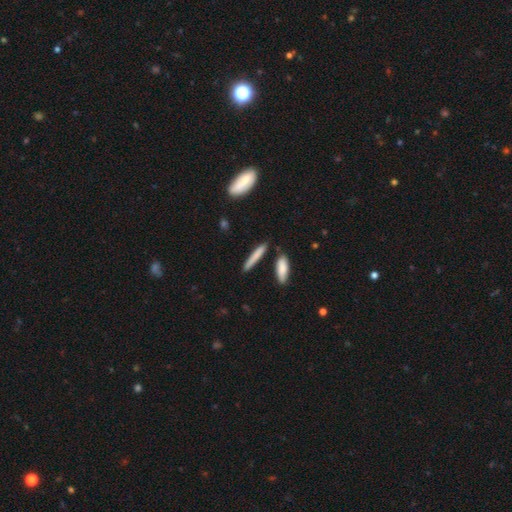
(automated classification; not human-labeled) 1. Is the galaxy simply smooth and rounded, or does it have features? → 74% smooth, 19% featured or disk, 6% star or artifact.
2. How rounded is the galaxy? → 91% cigar-shaped, 7% in between, 2% round.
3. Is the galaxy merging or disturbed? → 82% none, 11% minor disturbance, 5% merger, 2% major disturbance.